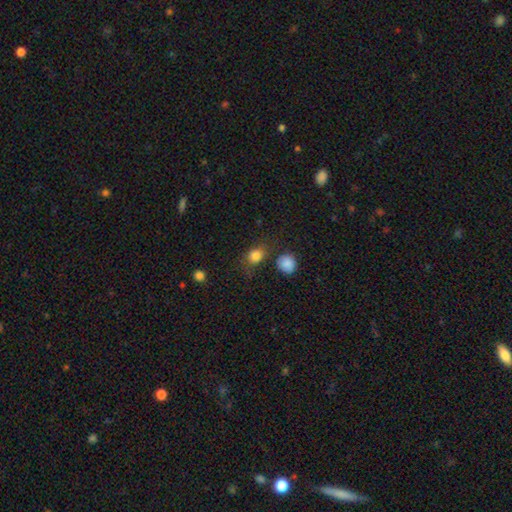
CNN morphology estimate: Smooth or featured? smooth (81%)
How rounded? round (61%)
Merging? none (64%)